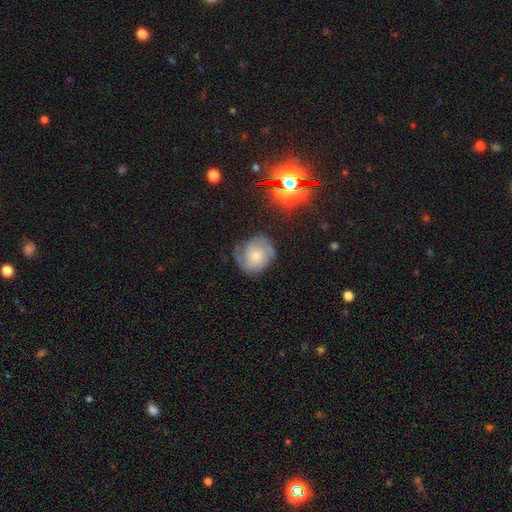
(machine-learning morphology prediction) A featured or disk galaxy (56%) with no bar (78%), spiral arms (85%) and a small central bulge (50%). Merging: none (59%).